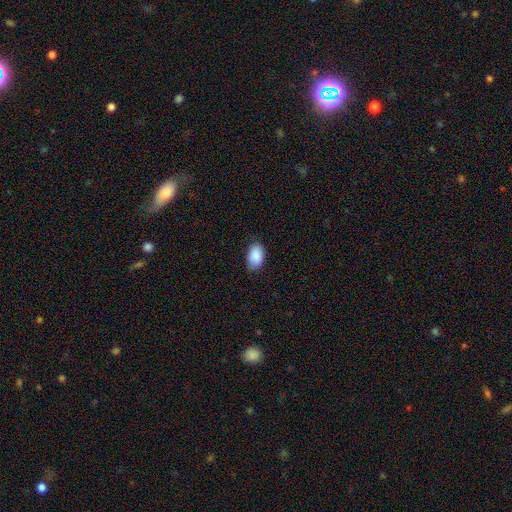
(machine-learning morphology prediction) This appears to be a smooth galaxy with no disk features (89%) that is in between round and cigar-shaped (92%). Merging: none (80%).